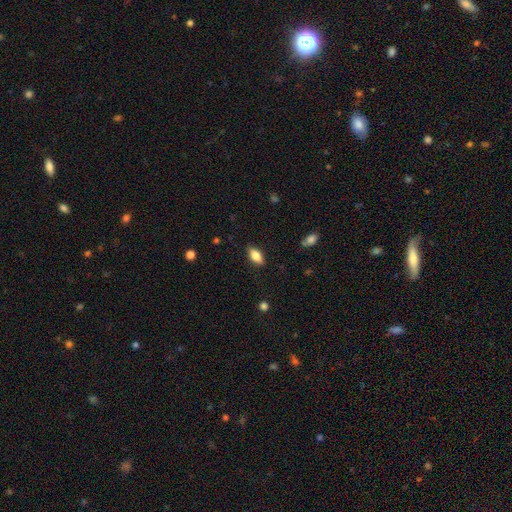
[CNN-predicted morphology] This is likely a smooth galaxy (79%). How rounded: clearly in between (87%). Merging: clearly none (85%).